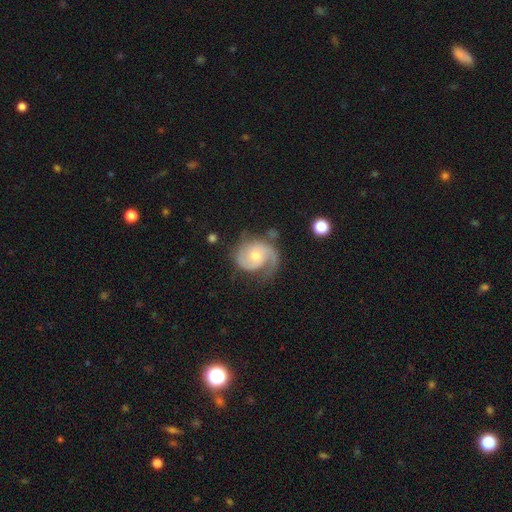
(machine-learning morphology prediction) Overall: featured or disk (85%). Edge-on disk: no (98%). Bar: no (65%; weak 30%). Spiral arms: yes (97%). Spiral arm count: 2 (68%). Spiral winding: medium (47%; tight 35%). Bulge size: moderate (54%; small 40%). Merging: none (62%).